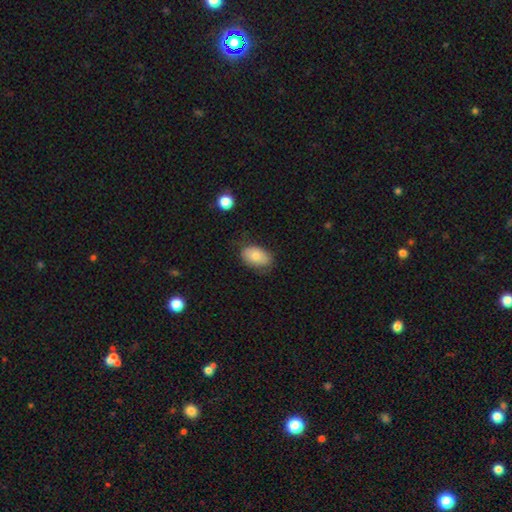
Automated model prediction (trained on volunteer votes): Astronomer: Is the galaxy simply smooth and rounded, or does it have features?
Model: smooth — 81%.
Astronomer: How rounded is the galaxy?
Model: in between — 90%.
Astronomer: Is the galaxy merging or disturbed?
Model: none — 71%.